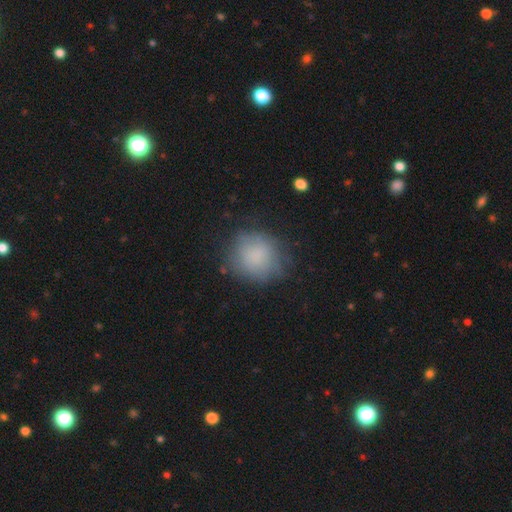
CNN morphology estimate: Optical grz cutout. It shows a smooth galaxy with no disk features (80%) that is round (84%). Merging: none (70%).